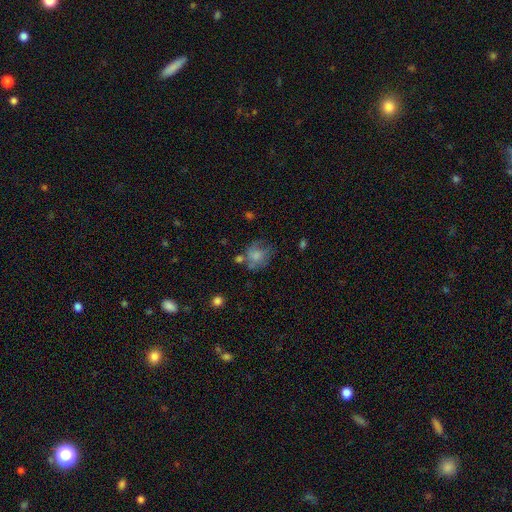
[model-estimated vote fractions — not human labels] A smooth galaxy with no disk features (64%) that is round (66%). Merging: none (43%).